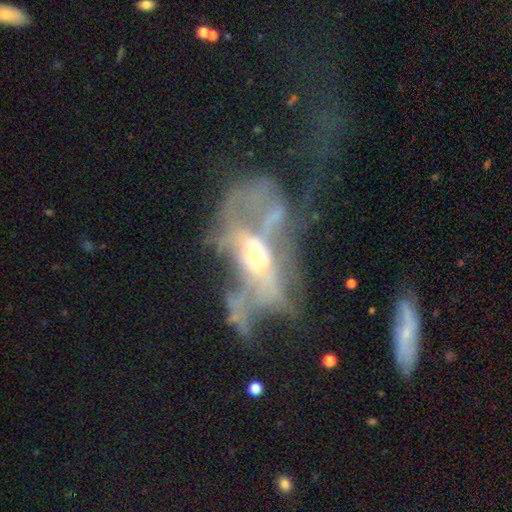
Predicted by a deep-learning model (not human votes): smooth-or-featured: featured or disk: 70% | smooth: 17% | star or artifact: 13%
  disk-edge-on: no: 88% | yes: 12%
    bar: no: 67% | weak: 20% | strong: 12%
    has-spiral-arms: no: 64% | yes: 36%
    bulge-size: moderate: 56% | small: 22% | large: 15% | none: 4% | dominant: 3%
  merging: major disturbance: 58% | merger: 21% | none: 13% | minor disturbance: 8%